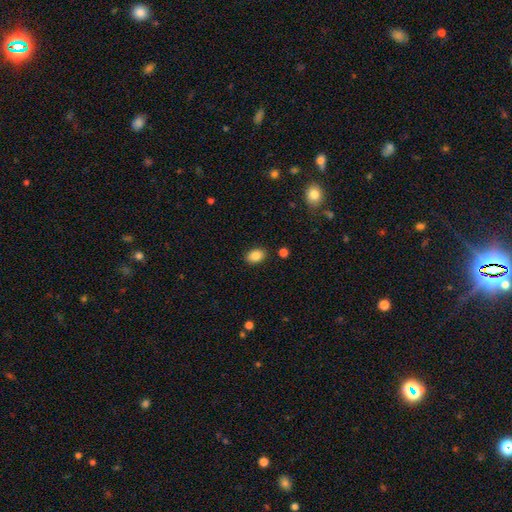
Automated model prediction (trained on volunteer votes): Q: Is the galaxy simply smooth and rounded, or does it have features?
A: smooth — 85%.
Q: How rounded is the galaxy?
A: in between — 80%.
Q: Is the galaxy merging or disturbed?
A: none — 87%.